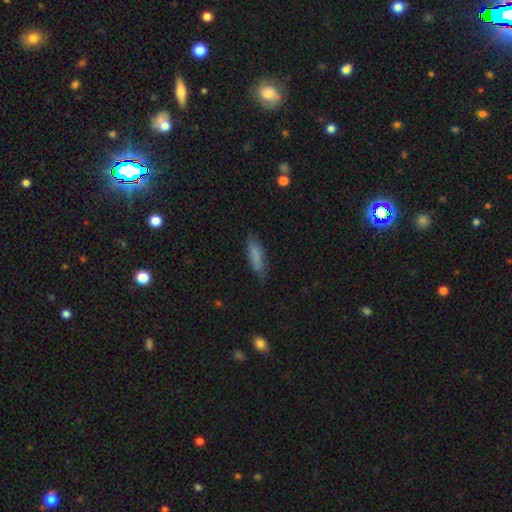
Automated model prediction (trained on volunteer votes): This is clearly a smooth galaxy (81%). How rounded: possibly cigar-shaped (53%). Merging: likely none (76%).